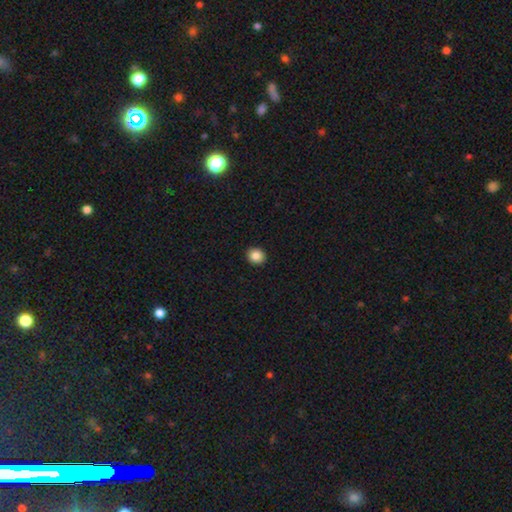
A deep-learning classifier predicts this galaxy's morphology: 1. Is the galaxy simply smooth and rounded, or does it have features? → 86% smooth, 10% star or artifact, 5% featured or disk.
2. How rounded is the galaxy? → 82% round, 17% in between, 1% cigar-shaped.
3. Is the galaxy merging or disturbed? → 93% none, 5% minor disturbance, 1% major disturbance, 1% merger.